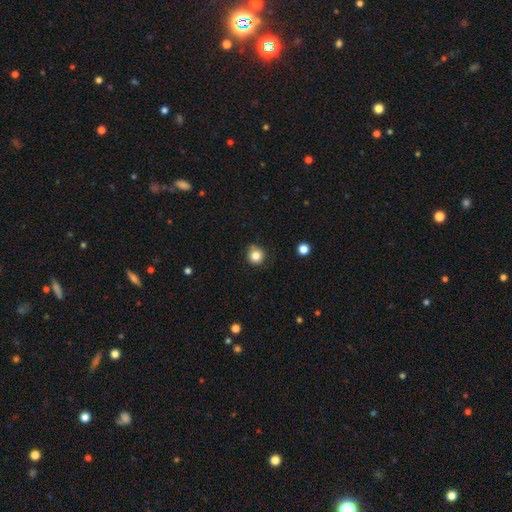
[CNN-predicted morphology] Smooth or featured? Predicted: smooth (p=0.83). How rounded? Predicted: round (p=0.93). Merging? Predicted: none (p=0.82).